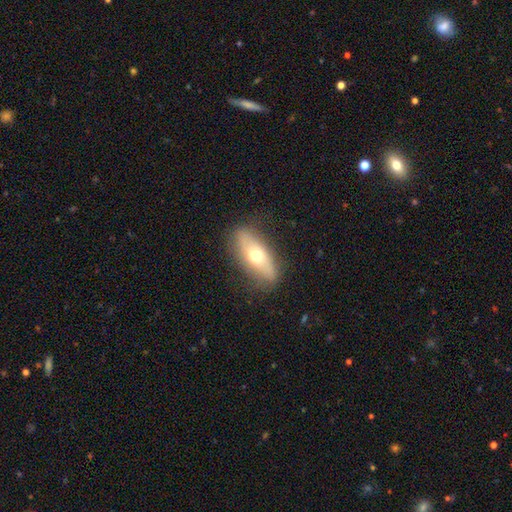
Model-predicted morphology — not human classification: Smooth or featured? Predicted: smooth (p=0.53). How rounded? Predicted: in between (p=0.65). Merging? Predicted: none (p=0.82).